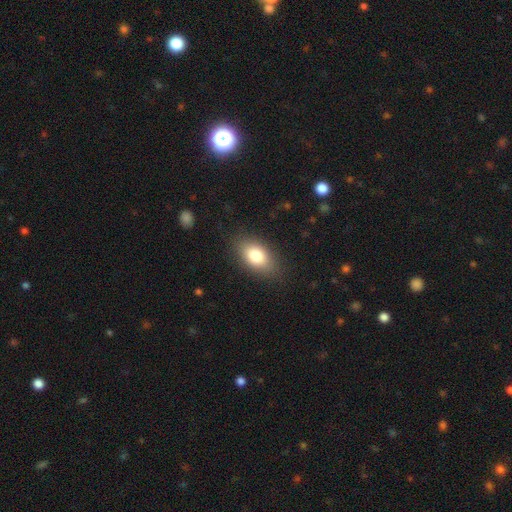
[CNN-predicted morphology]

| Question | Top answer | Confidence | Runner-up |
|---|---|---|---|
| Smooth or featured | smooth | 80% | featured or disk (12%) |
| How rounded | in between | 89% | round (8%) |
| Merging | none | 84% | minor disturbance (11%) |